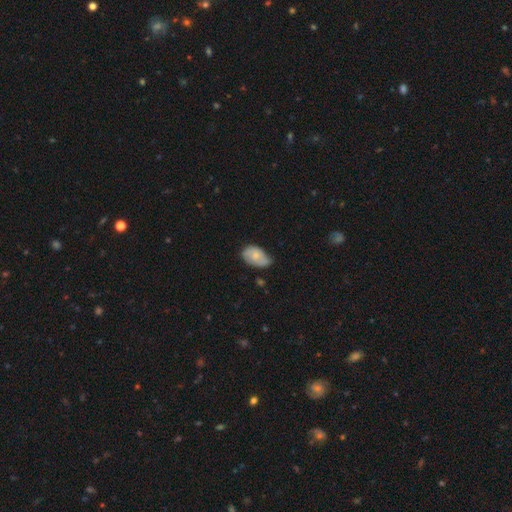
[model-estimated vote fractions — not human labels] Smooth or featured?
  - smooth: 67% *
  - featured or disk: 26%
  - star or artifact: 7%
How rounded?
  - in between: 88% *
  - round: 11%
  - cigar-shaped: 1%
Merging?
  - minor disturbance: 49% *
  - none: 38%
  - major disturbance: 10%
  - merger: 3%